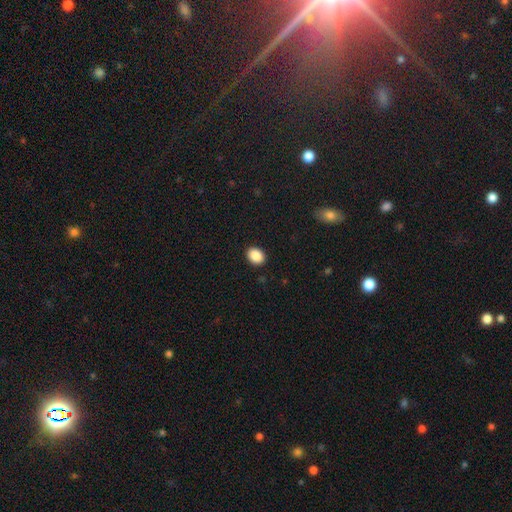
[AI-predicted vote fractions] Smooth or featured?
  - smooth: 89% *
  - star or artifact: 8%
  - featured or disk: 3%
How rounded?
  - in between: 59% *
  - round: 40%
  - cigar-shaped: 1%
Merging?
  - none: 91% *
  - minor disturbance: 7%
  - major disturbance: 2%
  - merger: 1%